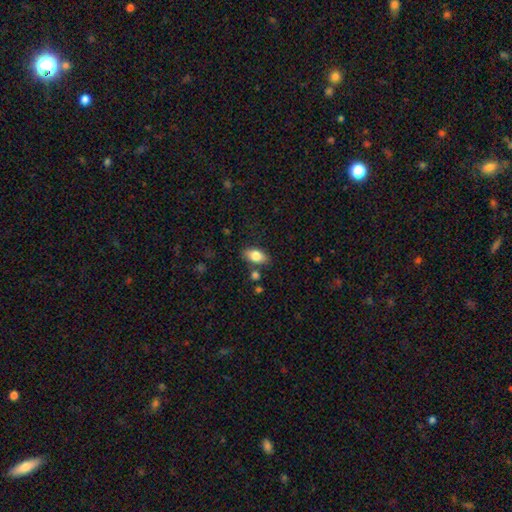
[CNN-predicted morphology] Overall: smooth (81%). How rounded: in between (90%). Merging: none (80%).